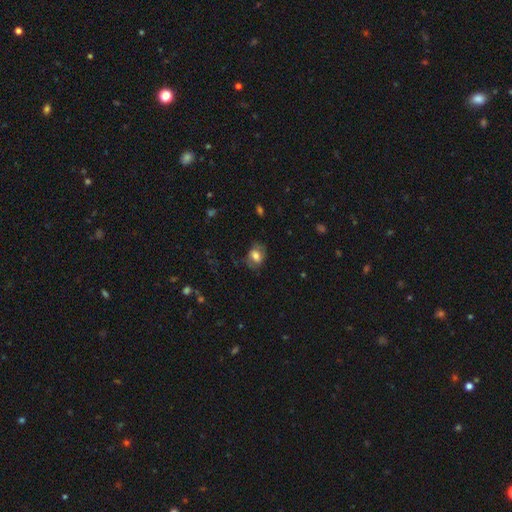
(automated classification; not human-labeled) This is possibly a smooth galaxy (59%). How rounded: likely in between (66%). Merging: likely none (64%).